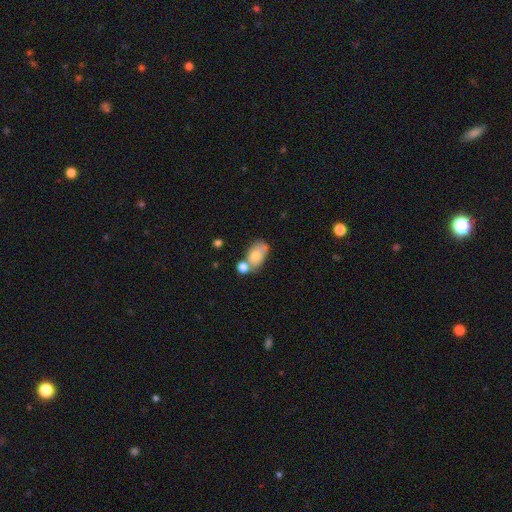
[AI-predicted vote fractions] Smooth or featured: smooth — 69% (featured or disk — 23%)
How rounded: in between — 86% (round — 12%)
Merging: none — 37% (merger — 35%)